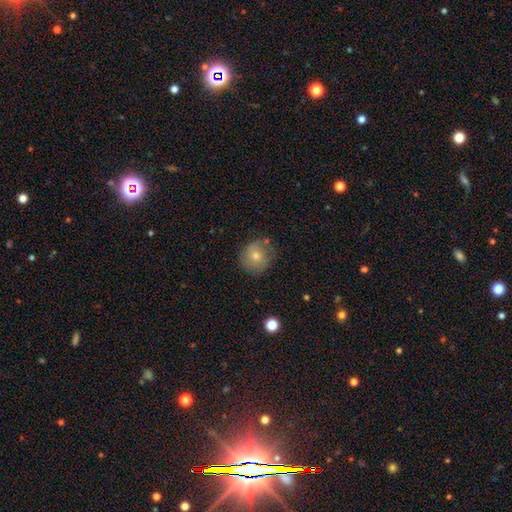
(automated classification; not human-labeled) The model was most divided on "smooth or featured": smooth: 59%, featured or disk: 29%, star or artifact: 12%. More confident: how rounded — round (86%); merging — none (74%).